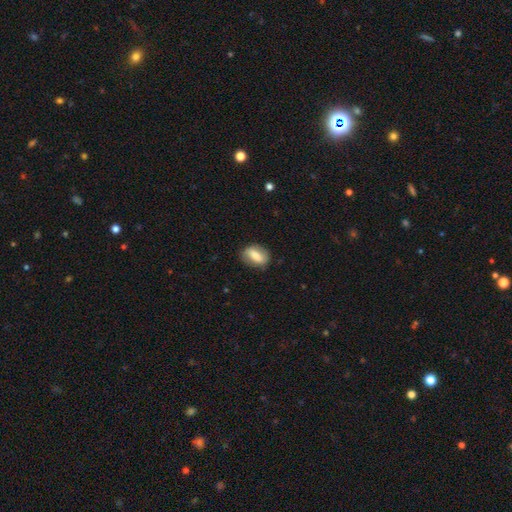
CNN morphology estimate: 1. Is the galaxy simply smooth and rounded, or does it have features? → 66% smooth, 26% featured or disk, 7% star or artifact.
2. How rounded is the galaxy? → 82% in between, 14% round, 4% cigar-shaped.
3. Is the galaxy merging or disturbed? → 79% none, 15% minor disturbance, 4% major disturbance, 1% merger.